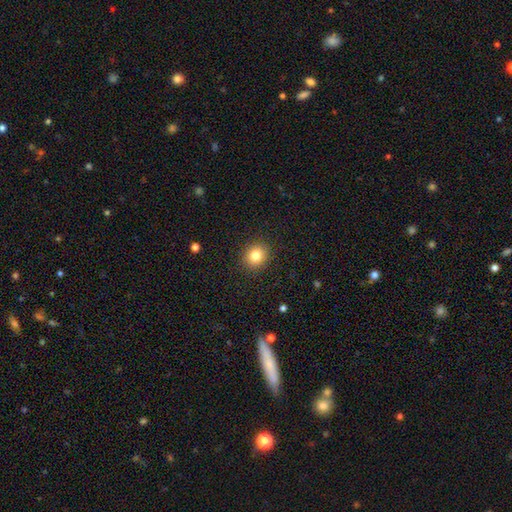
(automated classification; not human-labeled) Morphology: type=smooth (81%); roundness=round (81%); merging=none (90%).